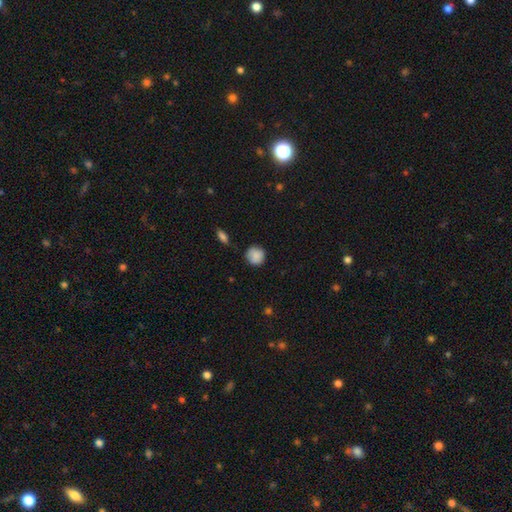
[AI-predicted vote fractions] Smooth or featured?
  - smooth: 85% *
  - star or artifact: 8%
  - featured or disk: 7%
How rounded?
  - round: 90% *
  - in between: 9%
  - cigar-shaped: 1%
Merging?
  - none: 73% *
  - minor disturbance: 21%
  - major disturbance: 4%
  - merger: 2%